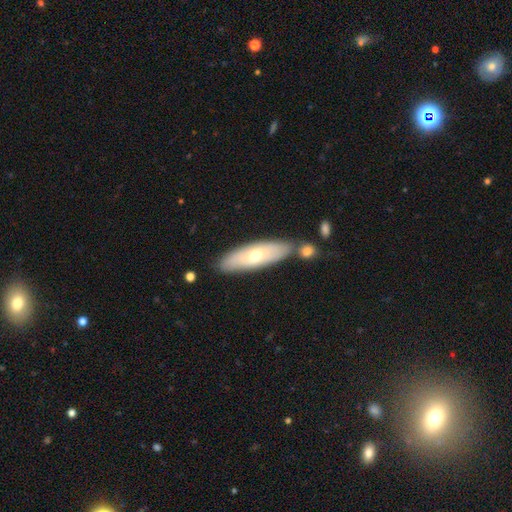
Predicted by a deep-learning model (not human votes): smooth 52%, featured or disk 42%, star or artifact 6%. Down the decision tree: how rounded — cigar-shaped (56%); merging — none (76%).